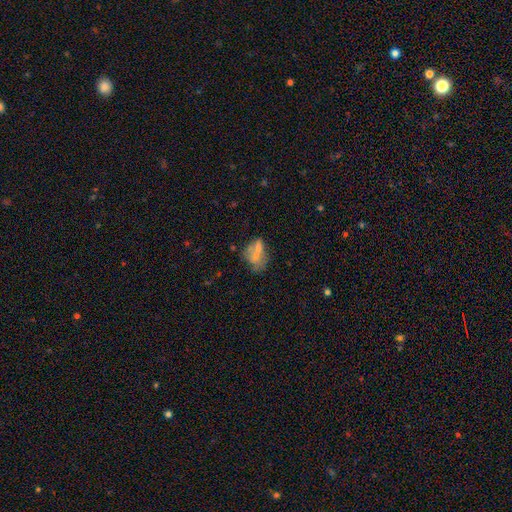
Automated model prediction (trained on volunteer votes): Smooth or featured?
  - smooth: 46% *
  - featured or disk: 34%
  - star or artifact: 19%
Merging?
  - none: 43% *
  - merger: 29%
  - minor disturbance: 17%
  - major disturbance: 12%